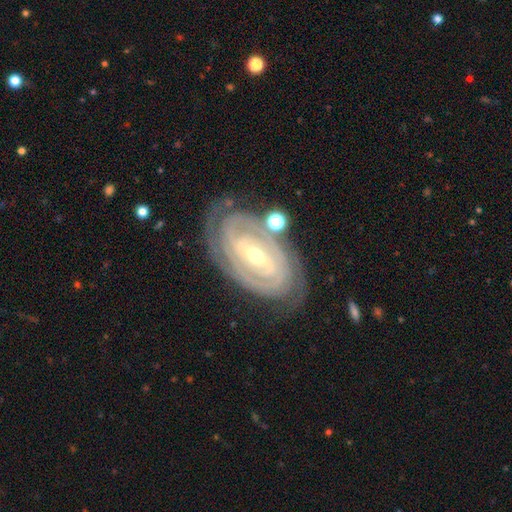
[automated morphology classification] Smooth or featured: featured or disk — 90% (star or artifact — 5%)
Edge-on disk: no — 95% (yes — 5%)
Bar: strong — 48% (weak — 35%)
Spiral arms: yes — 97% (no — 3%)
Spiral winding: tight — 83% (medium — 14%)
Spiral arm count: 2 — 50% (can't tell — 20%)
Bulge size: small — 55% (moderate — 42%)
Merging: none — 77% (minor disturbance — 14%)